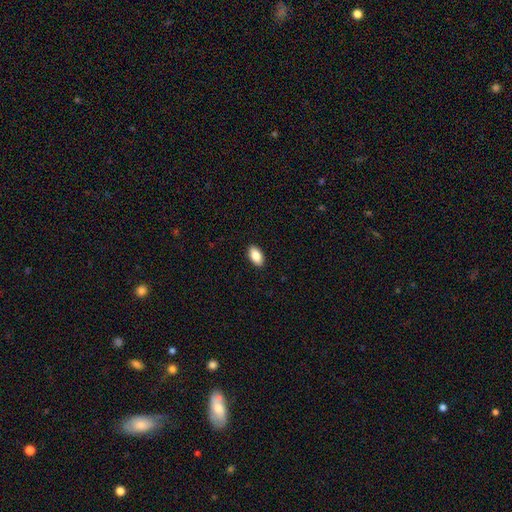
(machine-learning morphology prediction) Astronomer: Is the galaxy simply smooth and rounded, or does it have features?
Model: smooth — 86%.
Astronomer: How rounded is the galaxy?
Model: in between — 93%.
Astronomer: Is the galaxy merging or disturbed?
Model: none — 91%.